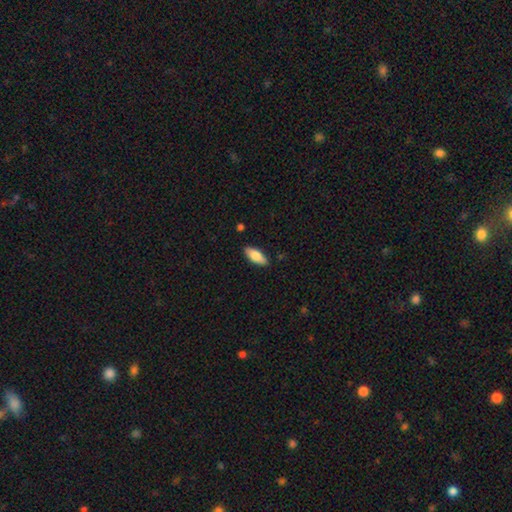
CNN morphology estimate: Smooth or featured? Predicted: smooth (p=0.80). How rounded? Predicted: in between (p=0.80). Merging? Predicted: none (p=0.88).